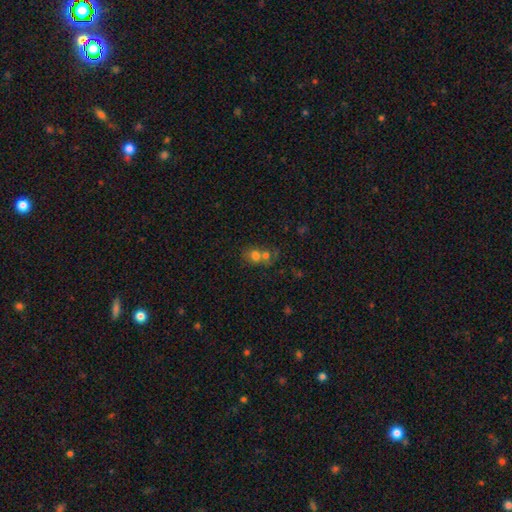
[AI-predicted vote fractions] Overall: smooth (69%). How rounded: round (62%; in between 37%). Merging: merger (63%; none 25%).